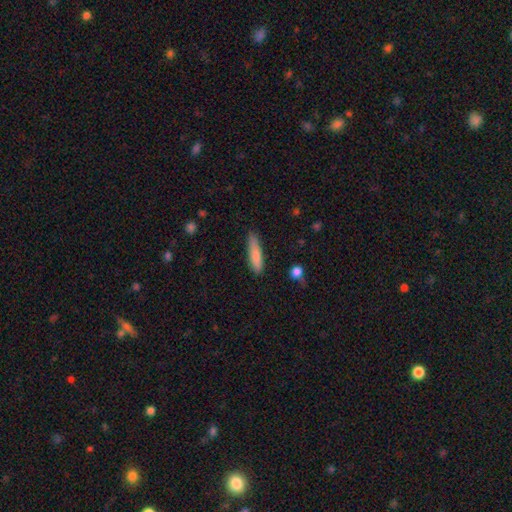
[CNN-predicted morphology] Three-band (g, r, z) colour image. It shows a smooth galaxy with no disk features (80%) that is cigar-shaped (78%). Merging: none (76%).